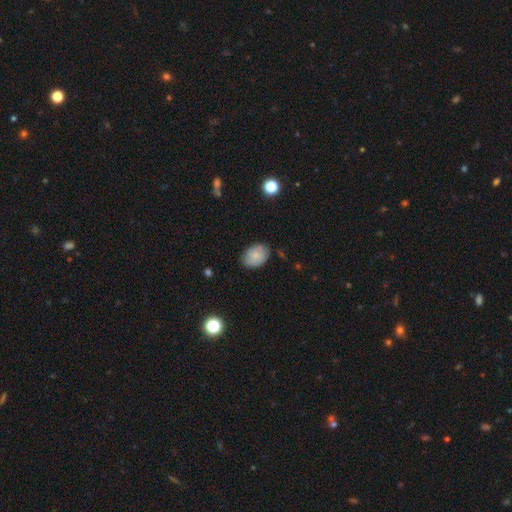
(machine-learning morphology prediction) smooth 82%, featured or disk 10%, star or artifact 8%. Down the decision tree: how rounded — in between (81%); merging — none (80%).